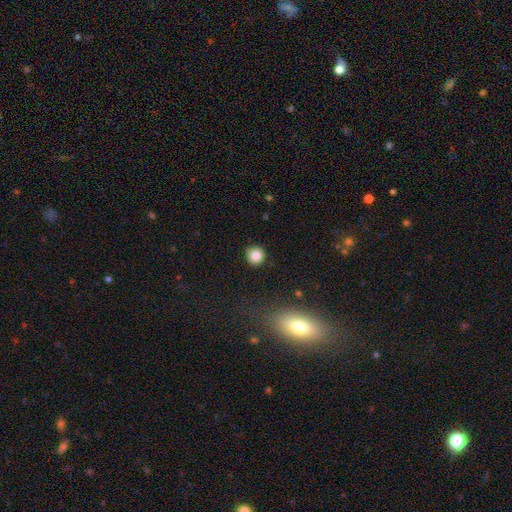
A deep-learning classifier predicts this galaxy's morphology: Q: Smooth or featured?
A: smooth (84%); runner-up: star or artifact (10%)
Q: How rounded?
A: round (93%); runner-up: in between (6%)
Q: Merging?
A: none (90%); runner-up: minor disturbance (7%)